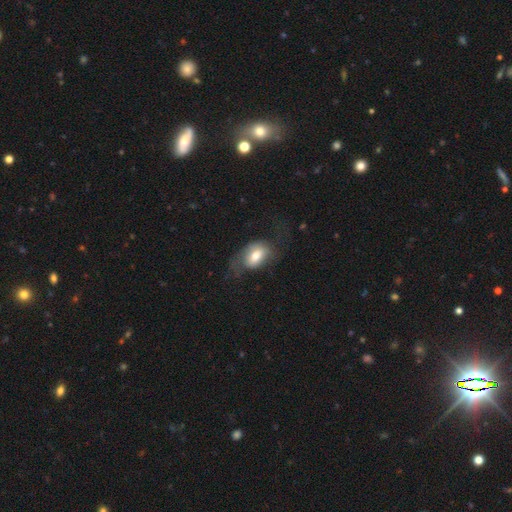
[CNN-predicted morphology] The model was most divided on "merging": none: 39%, major disturbance: 33%, minor disturbance: 25%, merger: 2%. More confident: how rounded — in between (84%); smooth or featured — smooth (64%).